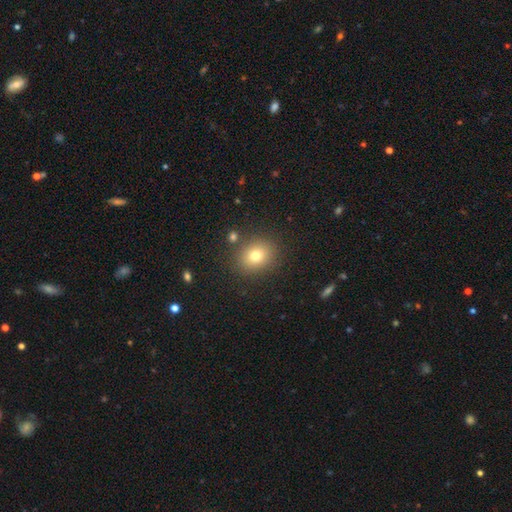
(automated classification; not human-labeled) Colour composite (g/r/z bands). It shows a smooth galaxy with no disk features (76%) that is round (63%). Merging: none (84%).